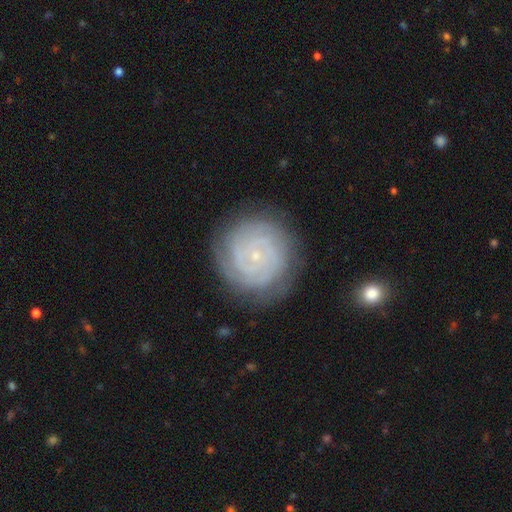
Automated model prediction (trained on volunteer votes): Overall: featured or disk (84%). Edge-on disk: no (98%). Bar: no (79%). Spiral arms: yes (97%). Spiral arm count: 2 (27%; can't tell 23%). Spiral winding: tight (85%). Bulge size: small (88%). Merging: none (82%).